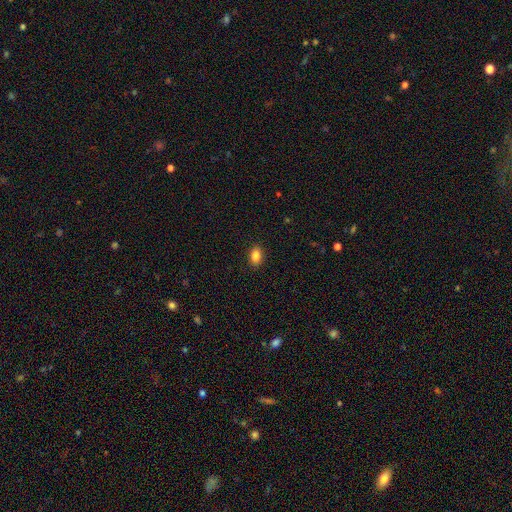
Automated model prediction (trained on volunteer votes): Smooth or featured?
  - smooth: 86% *
  - star or artifact: 9%
  - featured or disk: 6%
How rounded?
  - in between: 83% *
  - round: 15%
  - cigar-shaped: 2%
Merging?
  - none: 90% *
  - minor disturbance: 7%
  - major disturbance: 2%
  - merger: 1%